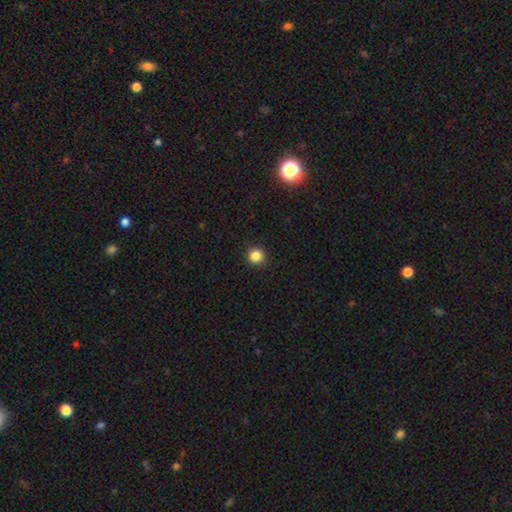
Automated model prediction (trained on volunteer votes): Smooth or featured: smooth — 85% (star or artifact — 11%)
How rounded: round — 93% (in between — 6%)
Merging: none — 92% (minor disturbance — 6%)